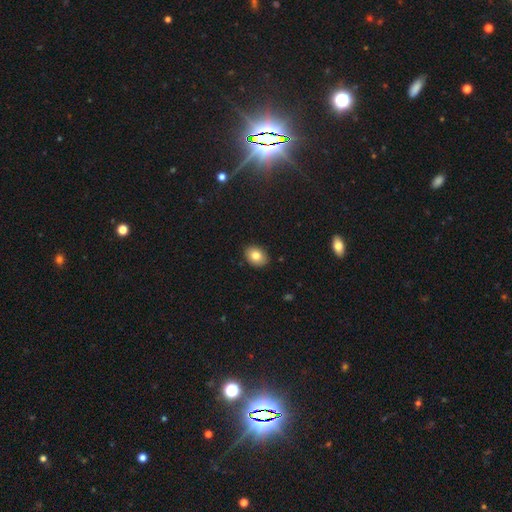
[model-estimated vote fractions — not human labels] Overall: smooth (81%). How rounded: in between (70%). Merging: none (88%).